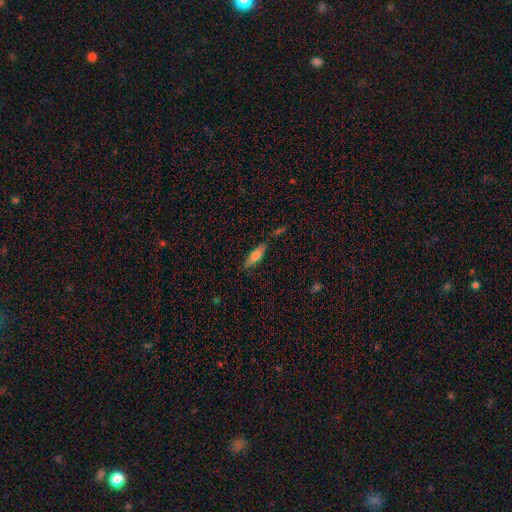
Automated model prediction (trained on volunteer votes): Morphology: type=smooth (67%); roundness=in between (50%); merging=none (81%).